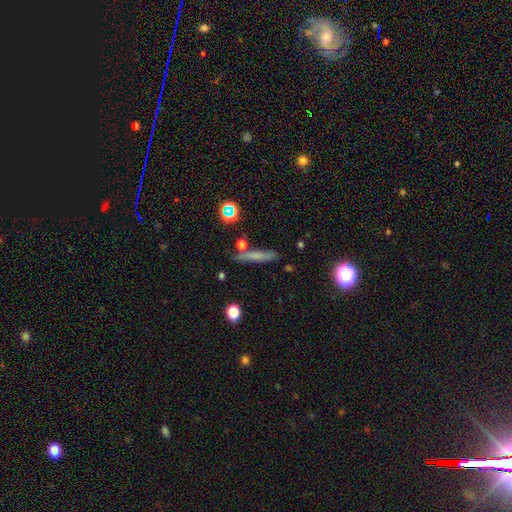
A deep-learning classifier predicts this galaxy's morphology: The model was most divided on "smooth or featured": smooth: 61%, featured or disk: 27%, star or artifact: 12%. More confident: how rounded — cigar-shaped (88%); merging — none (78%).